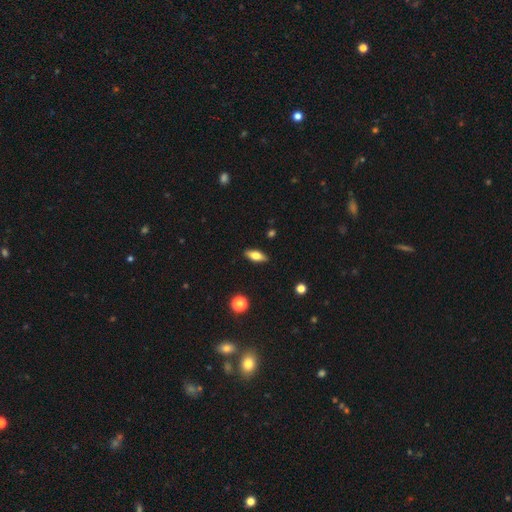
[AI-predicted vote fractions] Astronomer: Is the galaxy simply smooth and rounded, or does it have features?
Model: smooth — 68%.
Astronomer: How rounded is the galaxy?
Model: in between — 77%.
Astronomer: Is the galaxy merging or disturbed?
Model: none — 88%.